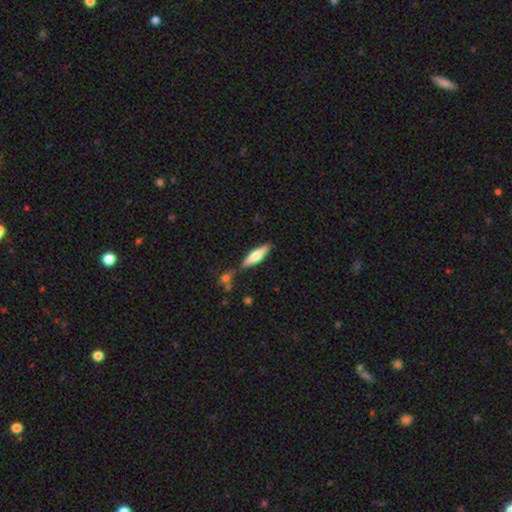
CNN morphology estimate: smooth_or_featured: smooth (p=0.52) [alt: featured or disk p=0.42]
how_rounded: cigar-shaped (p=0.69) [alt: in between p=0.29]
merging: none (p=0.72) [alt: minor disturbance p=0.15]